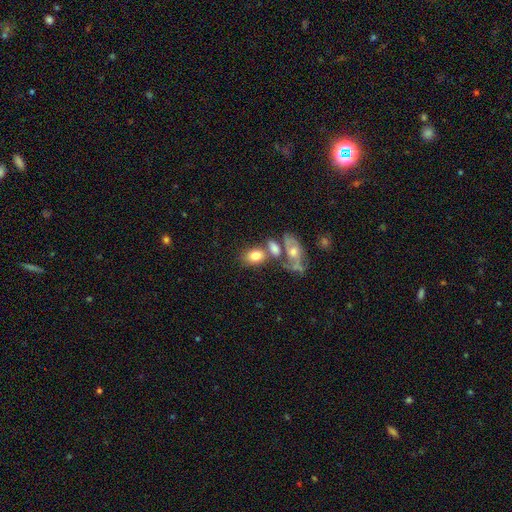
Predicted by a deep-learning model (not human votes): smooth-or-featured: smooth: 73% | featured or disk: 19% | star or artifact: 8%
  how-rounded: in between: 80% | round: 18% | cigar-shaped: 2%
  merging: none: 43% | merger: 35% | minor disturbance: 15% | major disturbance: 8%